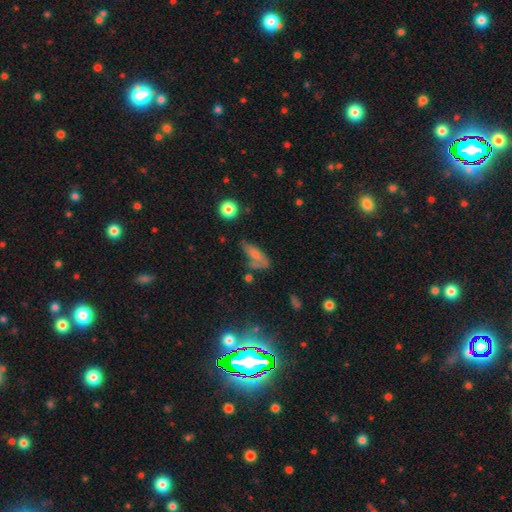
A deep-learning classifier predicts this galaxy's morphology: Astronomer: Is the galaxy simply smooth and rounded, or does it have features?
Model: smooth — 65%.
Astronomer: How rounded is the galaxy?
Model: in between — 67%.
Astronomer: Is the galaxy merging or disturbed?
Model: none — 40% (runner-up: minor disturbance, 29%).